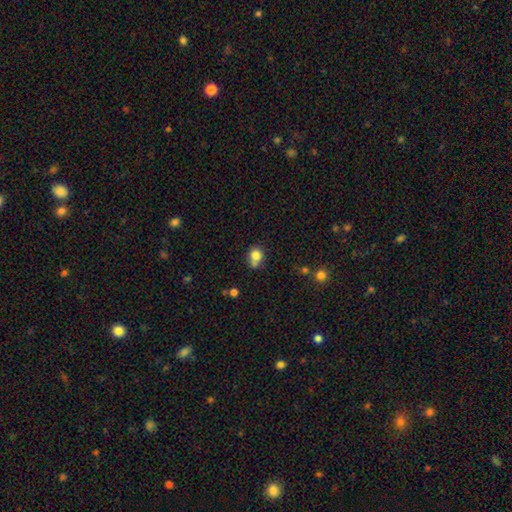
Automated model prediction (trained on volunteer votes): Smooth or featured? Predicted: smooth (p=0.80). How rounded? Predicted: round (p=0.73). Merging? Predicted: none (p=0.50).